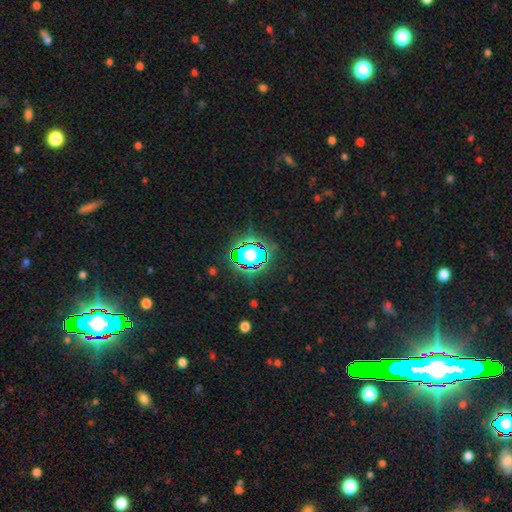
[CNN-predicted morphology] A star or artifact, not a galaxy (76%).

Vote fractions:
- Smooth or featured? star or artifact: 76% / smooth: 16% / featured or disk: 8%